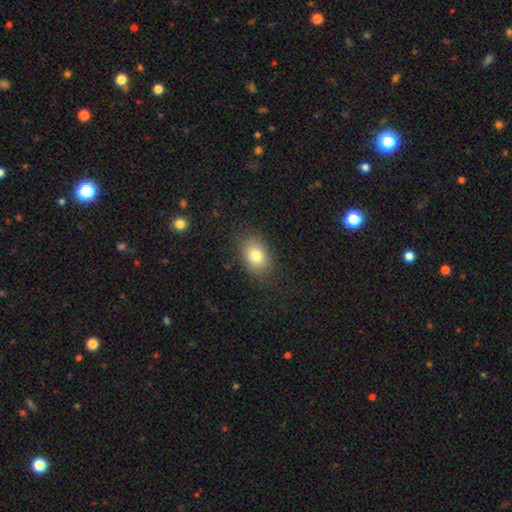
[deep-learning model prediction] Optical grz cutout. It shows a smooth galaxy with no disk features (80%) that is in between round and cigar-shaped (78%). Merging: none (82%).